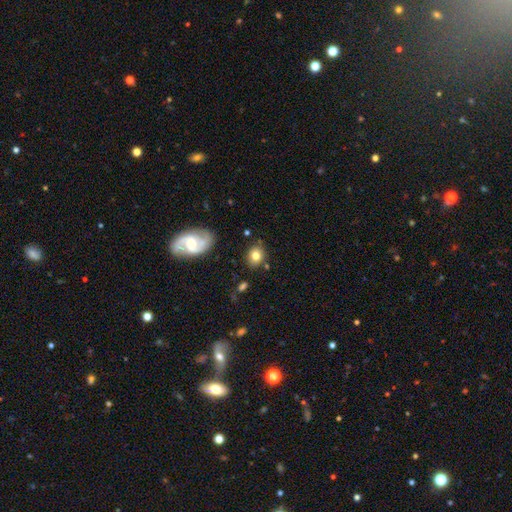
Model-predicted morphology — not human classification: Smooth or featured: smooth — 76% (featured or disk — 14%)
How rounded: round — 66% (in between — 33%)
Merging: none — 81% (minor disturbance — 12%)